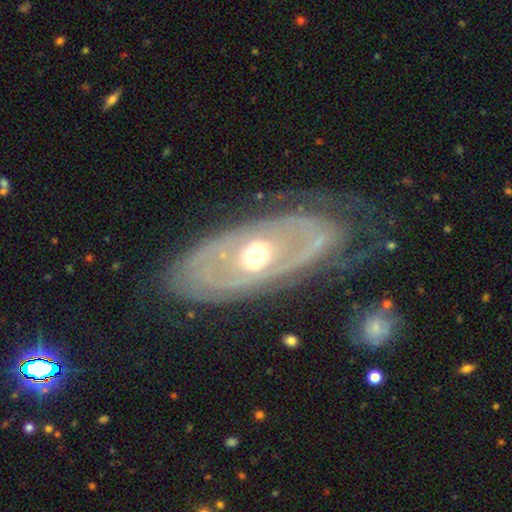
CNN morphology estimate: smooth_or_featured: featured or disk (p=0.79) [alt: smooth p=0.15]
disk_edge_on: no (p=0.88) [alt: yes p=0.12]
bar: no (p=0.72) [alt: weak p=0.19]
has_spiral_arms: yes (p=0.61) [alt: no p=0.39]
bulge_size: moderate (p=0.72) [alt: large p=0.13]
merging: none (p=0.73) [alt: minor disturbance p=0.16]